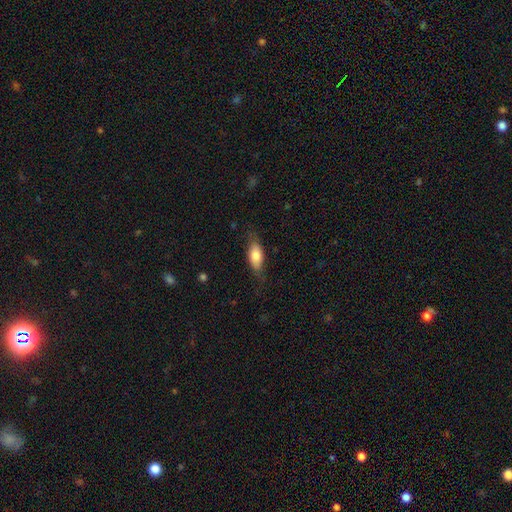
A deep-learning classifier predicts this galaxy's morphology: This appears to be a smooth galaxy with no disk features (74%) that is in between round and cigar-shaped (80%). Merging: none (72%).